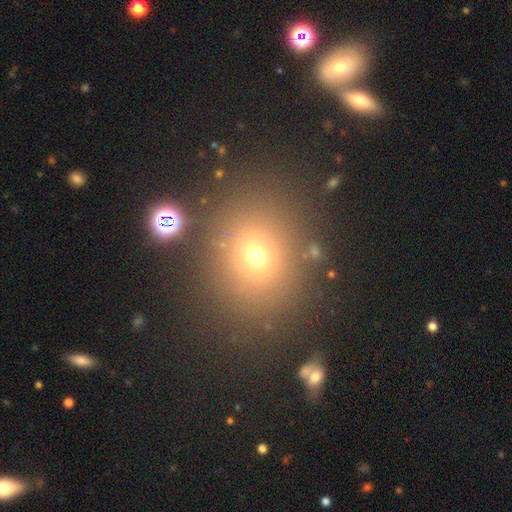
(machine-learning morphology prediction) Smooth or featured? smooth (66%)
How rounded? round (67%)
Merging? none (82%)